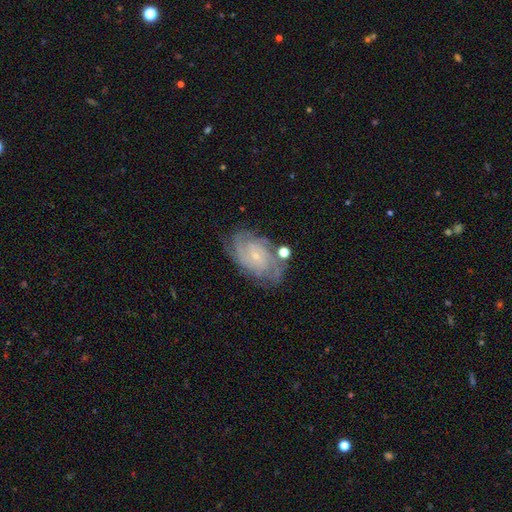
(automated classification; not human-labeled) This appears to be a featured or disk galaxy (80%) with no bar (74%), tight (68%) spiral arms (95%) and a small central bulge (82%). Merging: none (72%).